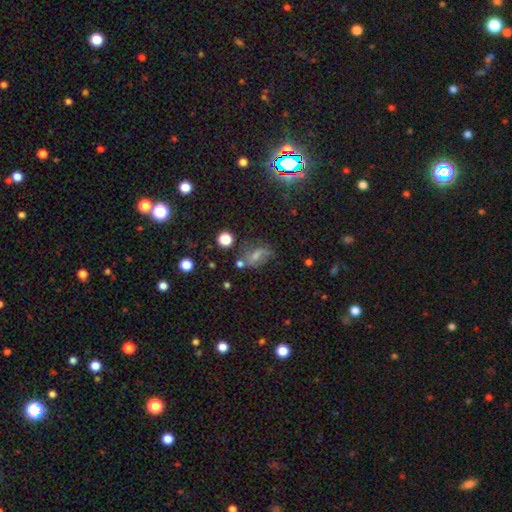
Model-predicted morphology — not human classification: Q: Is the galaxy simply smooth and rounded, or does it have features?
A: smooth — 54%.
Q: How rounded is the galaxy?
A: in between — 76%.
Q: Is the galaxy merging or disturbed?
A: none — 46%.